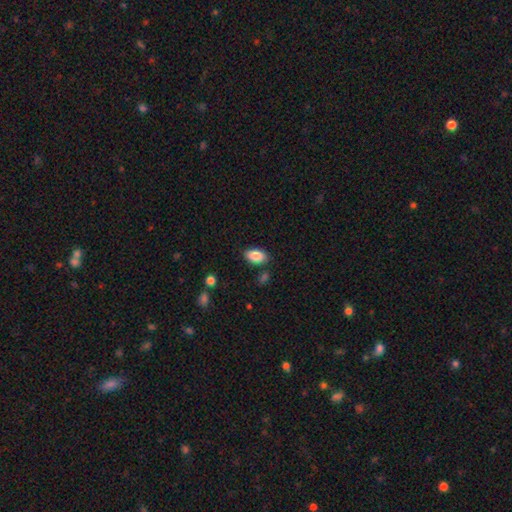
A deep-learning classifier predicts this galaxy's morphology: Q: Smooth or featured?
A: smooth (87%); runner-up: star or artifact (7%)
Q: How rounded?
A: in between (93%); runner-up: round (5%)
Q: Merging?
A: none (83%); runner-up: minor disturbance (11%)